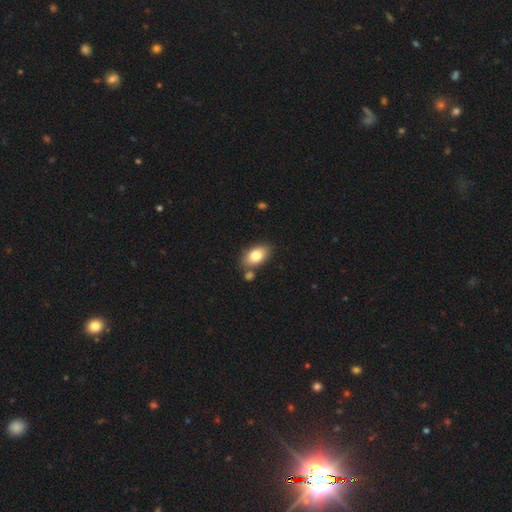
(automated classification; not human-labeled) The model was most divided on "merging": none: 71%, merger: 13%, minor disturbance: 13%, major disturbance: 3%. More confident: how rounded — in between (89%); smooth or featured — smooth (79%).